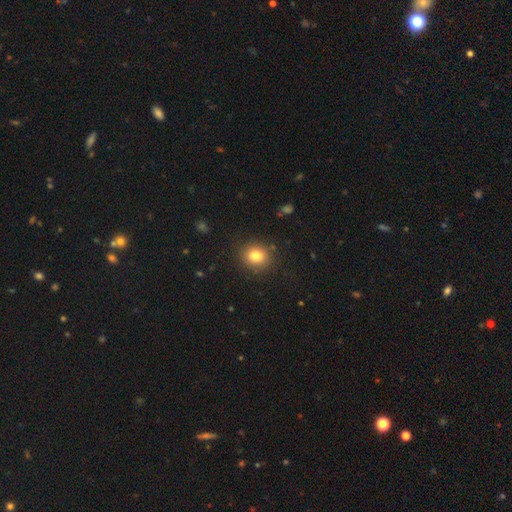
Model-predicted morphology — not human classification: type=smooth (82%); roundness=round (72%); merging=none (87%).